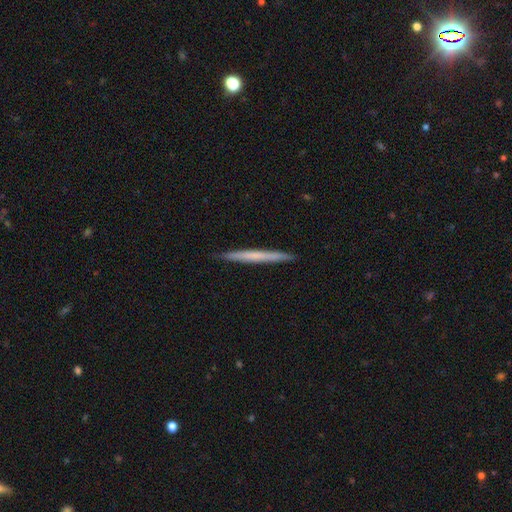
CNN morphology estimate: This appears to be a smooth galaxy with no disk features (53%) that is cigar-shaped (97%). Merging: none (92%).